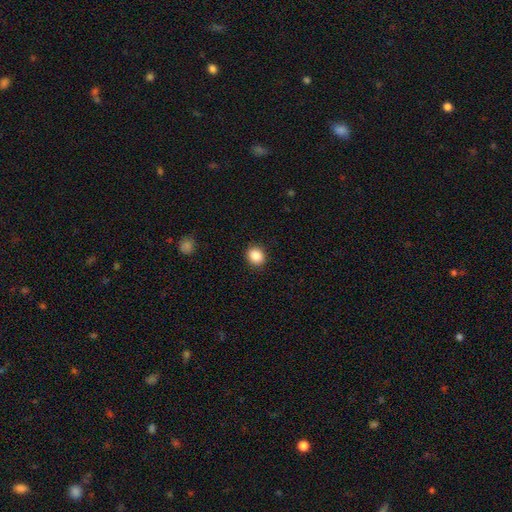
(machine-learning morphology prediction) smooth 87%, star or artifact 9%, featured or disk 4%. Down the decision tree: how rounded — round (71%); merging — none (90%).